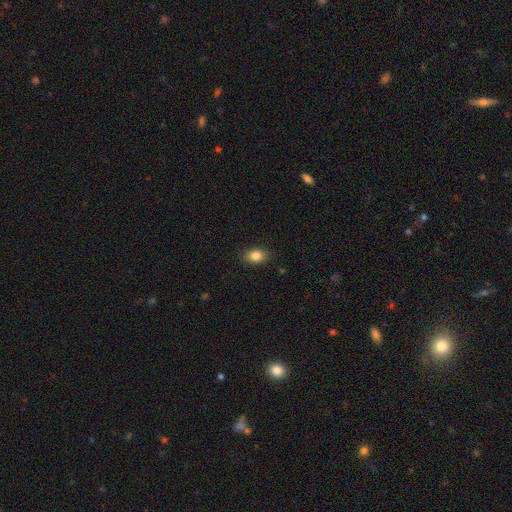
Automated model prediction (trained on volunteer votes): Morphology: type=smooth (85%); roundness=in between (78%); merging=none (86%).